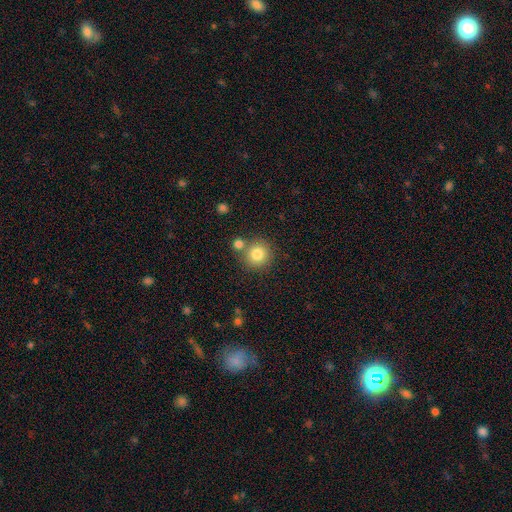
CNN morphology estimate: Smooth or featured? smooth (81%)
How rounded? round (93%)
Merging? none (73%)